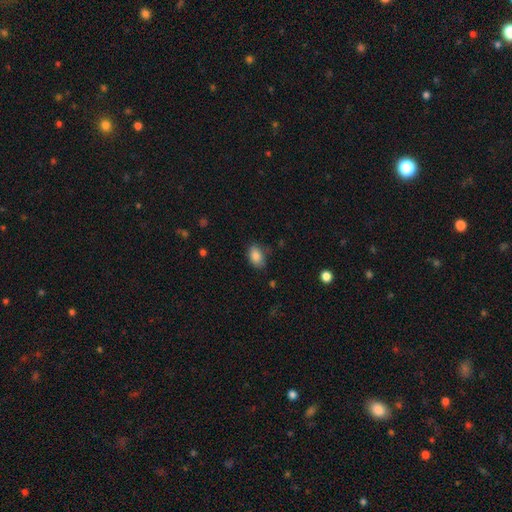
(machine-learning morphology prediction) smooth_or_featured: smooth (p=0.85) [alt: star or artifact p=0.08]
how_rounded: in between (p=0.86) [alt: round p=0.13]
merging: none (p=0.75) [alt: minor disturbance p=0.19]